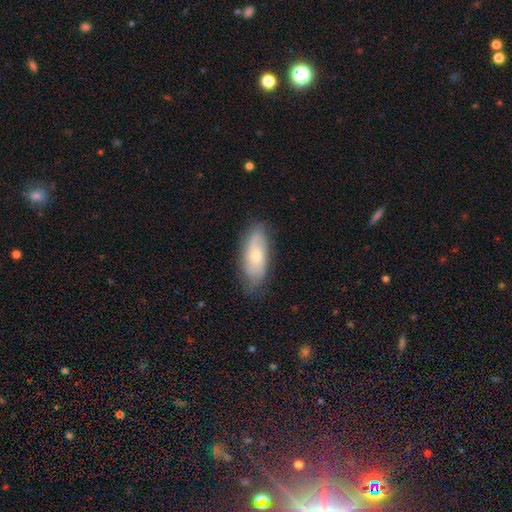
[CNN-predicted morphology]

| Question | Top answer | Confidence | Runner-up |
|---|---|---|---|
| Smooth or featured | smooth | 50% | featured or disk (42%) |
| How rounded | in between | 76% | cigar-shaped (21%) |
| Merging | none | 73% | minor disturbance (21%) |